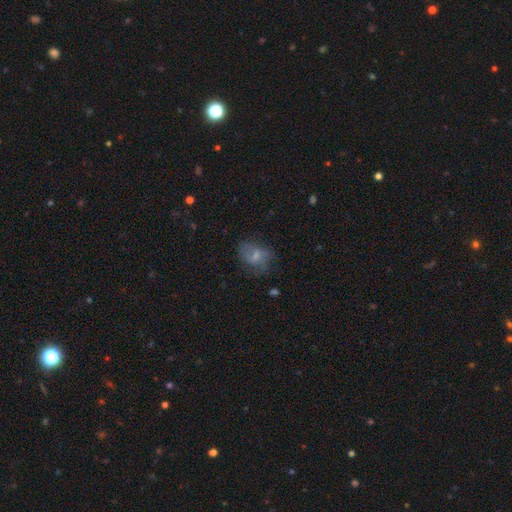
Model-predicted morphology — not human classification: smooth_or_featured: smooth (p=0.58) [alt: featured or disk p=0.31]
how_rounded: in between (p=0.72) [alt: round p=0.27]
merging: none (p=0.49) [alt: minor disturbance p=0.26]